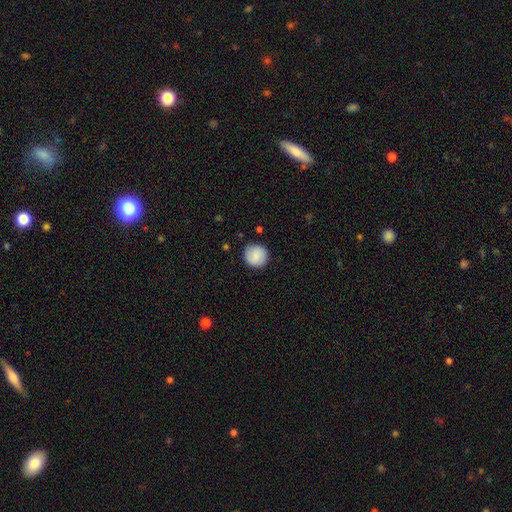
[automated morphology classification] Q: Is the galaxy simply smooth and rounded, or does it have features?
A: smooth — 81%.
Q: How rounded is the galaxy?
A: round — 93%.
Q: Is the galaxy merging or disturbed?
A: none — 87%.